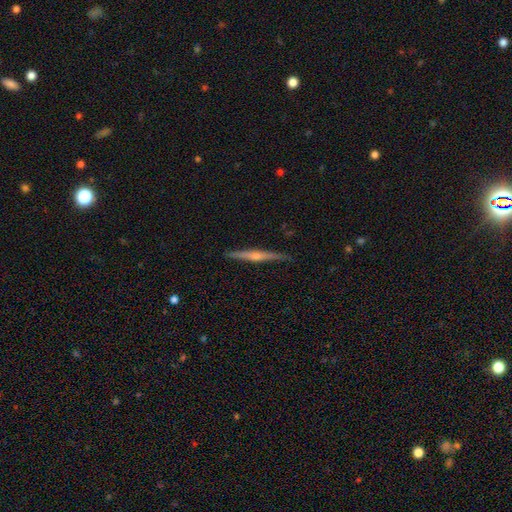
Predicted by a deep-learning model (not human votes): Smooth or featured: featured or disk — 76% (smooth — 17%)
Edge-on disk: yes — 97% (no — 3%)
Edge-on bulge: rounded — 79% (none — 14%)
Merging: none — 90% (minor disturbance — 8%)